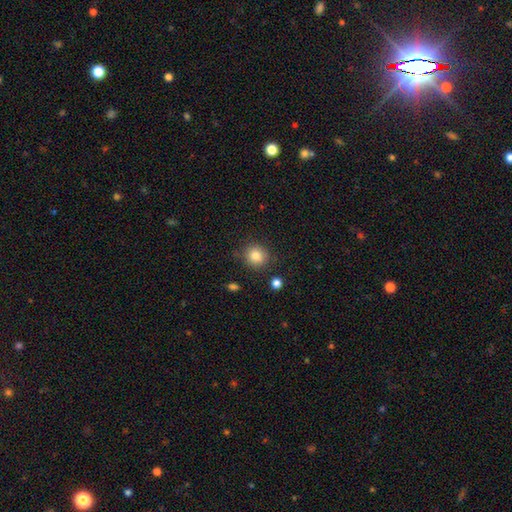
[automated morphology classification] This is clearly a smooth galaxy (84%). How rounded: clearly round (86%). Merging: clearly none (84%).